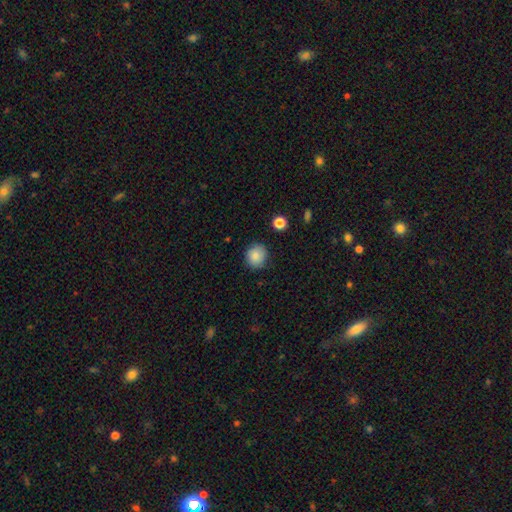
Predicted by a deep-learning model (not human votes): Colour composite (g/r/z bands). It shows a smooth galaxy with no disk features (85%) that is round (84%). Merging: none (84%).